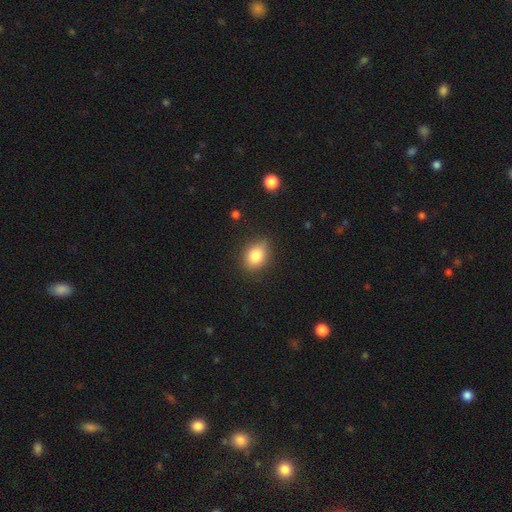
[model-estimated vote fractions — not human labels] Smooth or featured? smooth (82%)
How rounded? in between (60%)
Merging? none (79%)